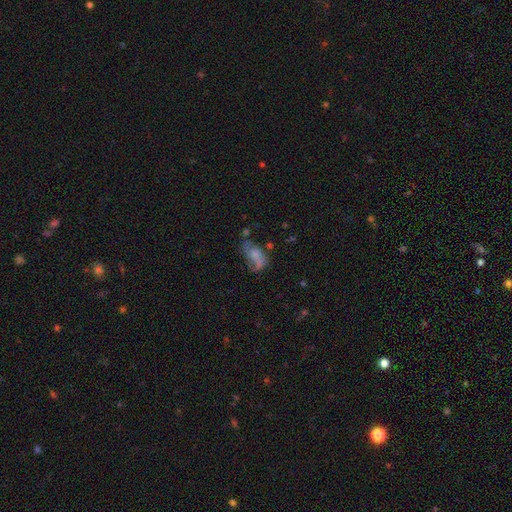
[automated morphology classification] Overall: smooth (47%; featured or disk 41%). Merging: none (33%; major disturbance 30%).